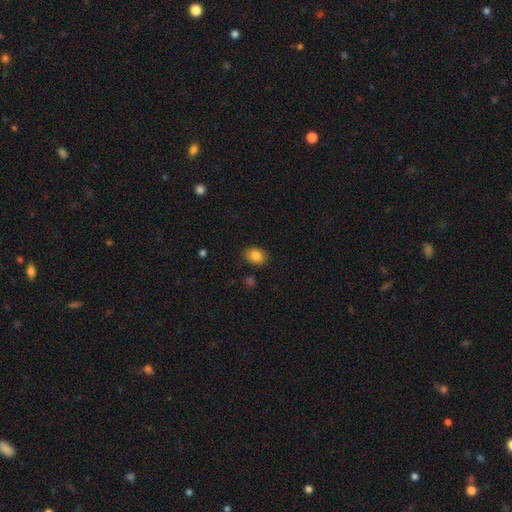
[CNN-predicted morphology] smooth 85%, star or artifact 9%, featured or disk 7%. Down the decision tree: how rounded — in between (73%); merging — none (84%).